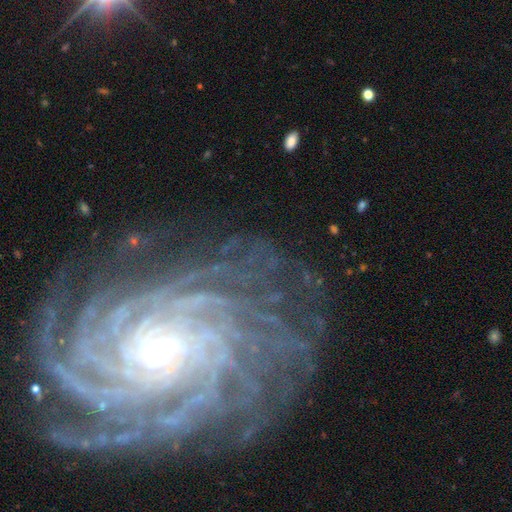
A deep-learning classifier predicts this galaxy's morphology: Smooth or featured? featured or disk (87%)
Edge-on disk? no (97%)
Bar? no (66%)
Spiral arms? yes (98%)
Spiral winding? tight (81%)
Spiral arm count? more than 4 (48%)
Bulge size? small (85%)
Merging? none (79%)